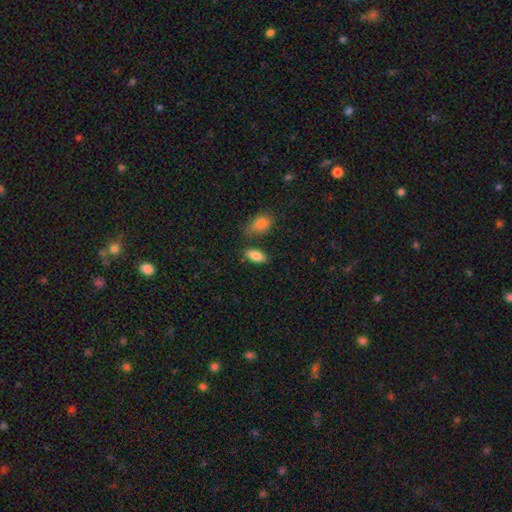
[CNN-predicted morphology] A smooth galaxy with no disk features (83%) that is in between round and cigar-shaped (89%). Merging: none (73%).